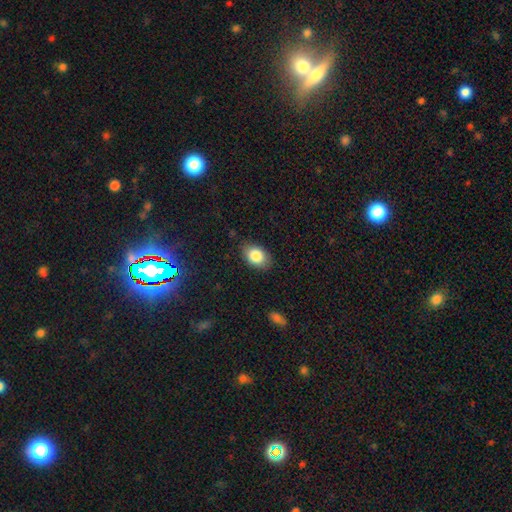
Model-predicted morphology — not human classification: Smooth or featured?
  - smooth: 85% *
  - star or artifact: 8%
  - featured or disk: 7%
How rounded?
  - in between: 83% *
  - round: 16%
  - cigar-shaped: 1%
Merging?
  - none: 82% *
  - minor disturbance: 14%
  - major disturbance: 3%
  - merger: 1%